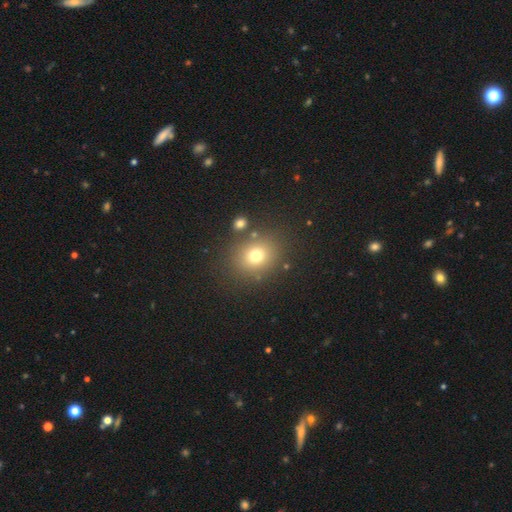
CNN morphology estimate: Overall: smooth (72%). How rounded: round (71%). Merging: none (80%).